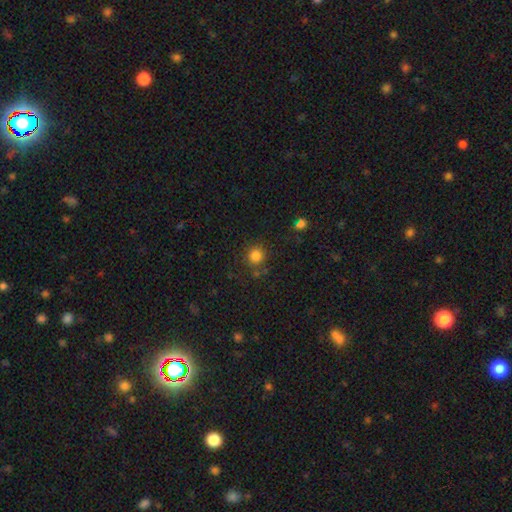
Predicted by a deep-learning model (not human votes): This is clearly a smooth galaxy (82%). How rounded: clearly round (92%). Merging: clearly none (81%).